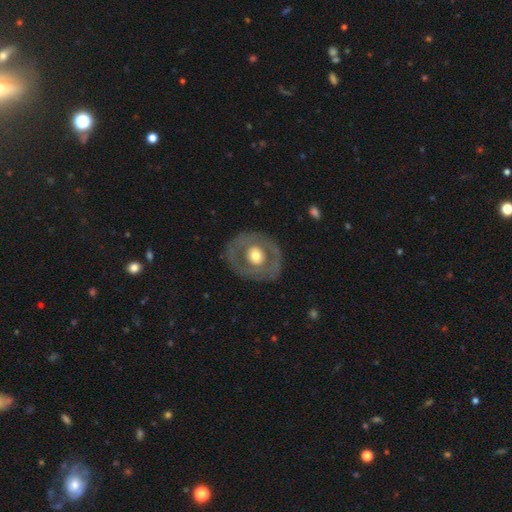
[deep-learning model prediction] Overall: featured or disk (61%; smooth 34%). Edge-on disk: no (95%). Bar: no (82%). Spiral arms: no (79%). Bulge size: moderate (60%; large 30%). Merging: none (79%).